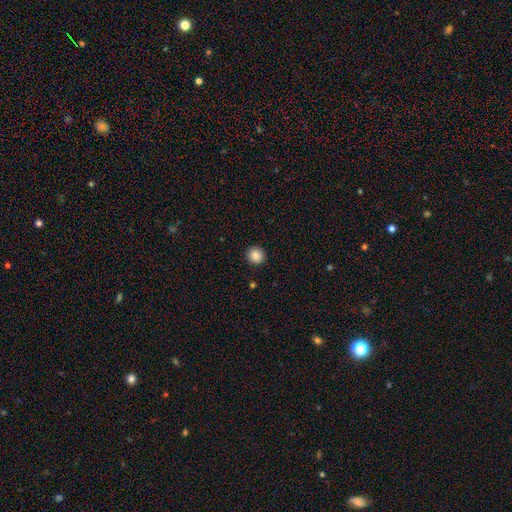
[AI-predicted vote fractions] smooth 87%, star or artifact 9%, featured or disk 4%. Down the decision tree: how rounded — round (93%); merging — none (92%).